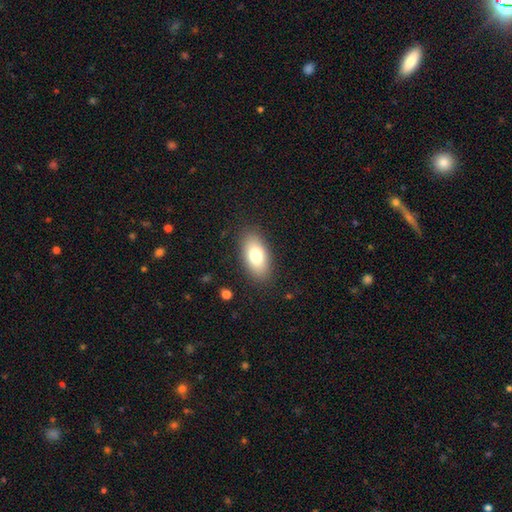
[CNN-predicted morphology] smooth-or-featured: smooth: 77% | featured or disk: 16% | star or artifact: 7%
  how-rounded: in between: 91% | cigar-shaped: 5% | round: 4%
  merging: none: 86% | minor disturbance: 10% | major disturbance: 3% | merger: 1%